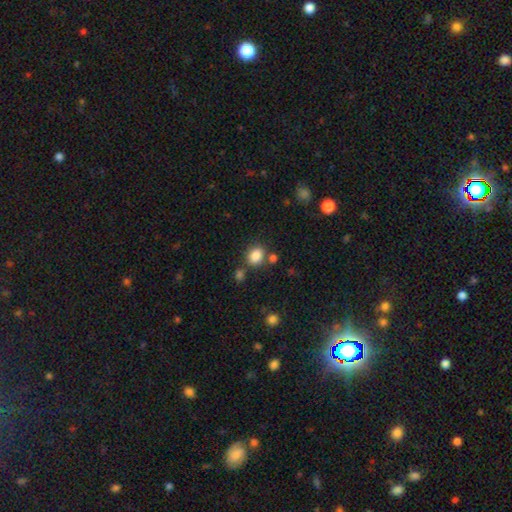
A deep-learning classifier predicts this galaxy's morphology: Smooth or featured? smooth (85%)
How rounded? round (50%)
Merging? none (70%)